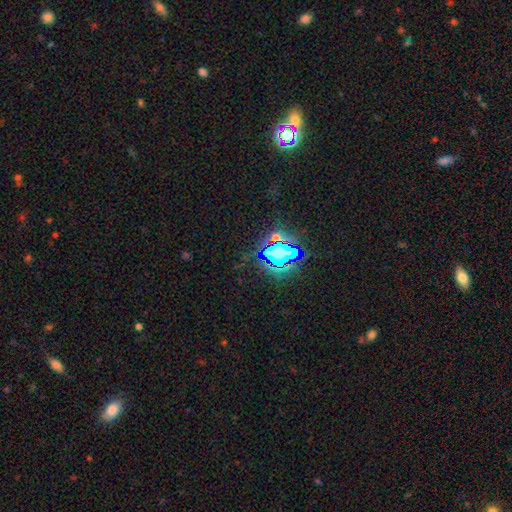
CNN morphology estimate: star or artifact 78%, smooth 13%, featured or disk 8%.